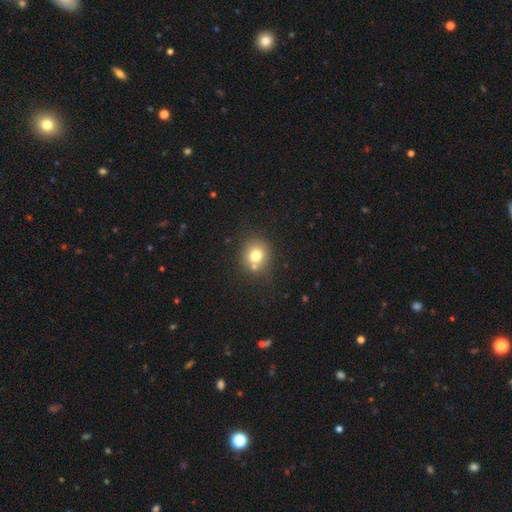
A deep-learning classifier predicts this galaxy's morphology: Smooth or featured?
  - smooth: 74% *
  - star or artifact: 13%
  - featured or disk: 13%
How rounded?
  - round: 86% *
  - in between: 13%
  - cigar-shaped: 1%
Merging?
  - none: 70% *
  - merger: 15%
  - minor disturbance: 11%
  - major disturbance: 4%